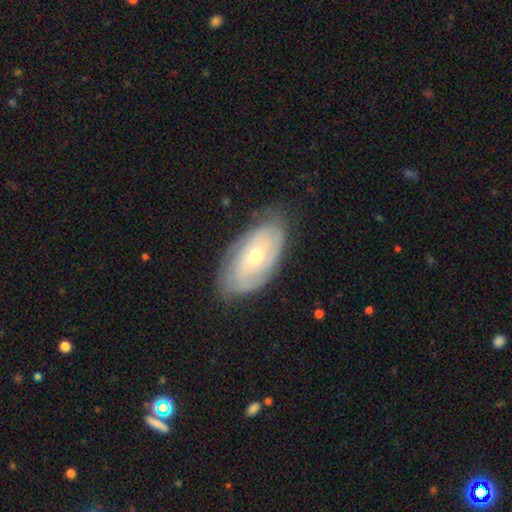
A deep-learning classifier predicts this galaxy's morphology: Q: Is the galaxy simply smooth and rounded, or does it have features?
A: featured or disk — 71%.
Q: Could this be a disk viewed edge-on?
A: no — 93%.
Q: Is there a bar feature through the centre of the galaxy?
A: no — 67%.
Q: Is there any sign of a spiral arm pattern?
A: yes — 86%.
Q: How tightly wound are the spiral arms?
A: tight — 70%.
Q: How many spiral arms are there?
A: can't tell — 49%.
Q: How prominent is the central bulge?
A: moderate — 55%.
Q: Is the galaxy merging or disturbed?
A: none — 76%.